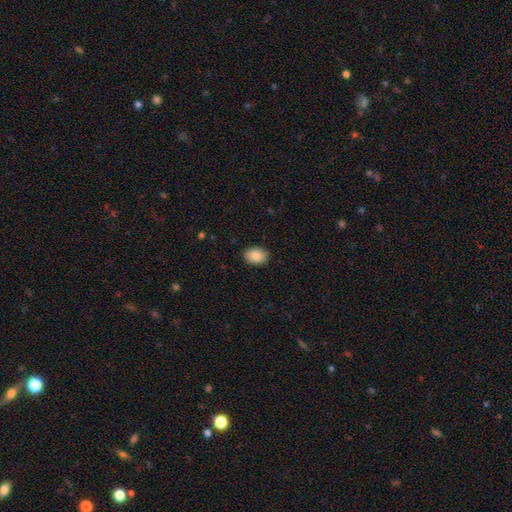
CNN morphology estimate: The model was most divided on "how rounded": in between: 79%, round: 20%, cigar-shaped: 1%. More confident: merging — none (89%); smooth or featured — smooth (88%).